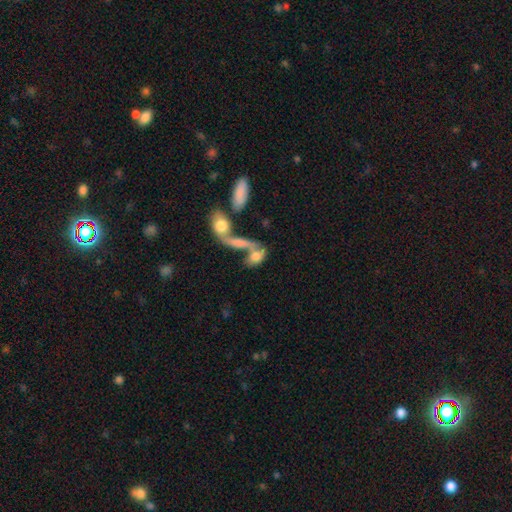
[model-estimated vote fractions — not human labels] A smooth galaxy with no disk features (62%) that is in between round and cigar-shaped (75%). Merging: merger (59%).